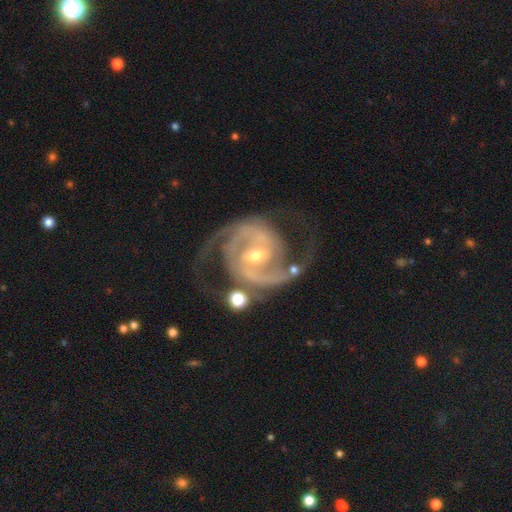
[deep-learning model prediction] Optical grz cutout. It shows a featured or disk galaxy (93%) with a weak bar (45%), 2 (89%) medium (55%) spiral arms (98%) and a moderate central bulge (51%). Merging: none (70%).